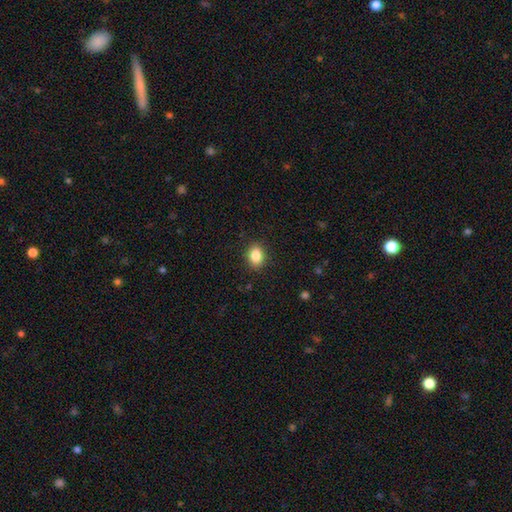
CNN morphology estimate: Smooth or featured? Predicted: smooth (p=0.86). How rounded? Predicted: in between (p=0.63). Merging? Predicted: none (p=0.89).